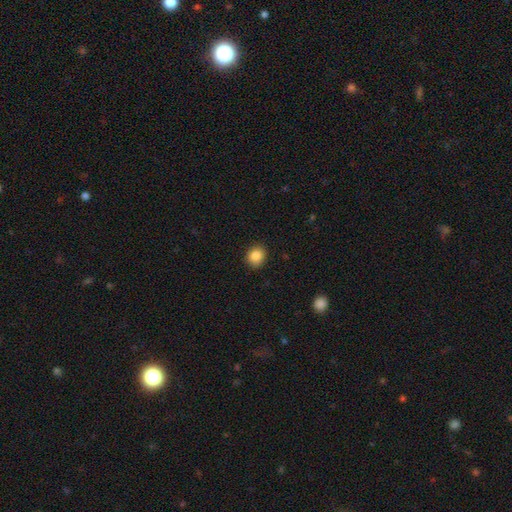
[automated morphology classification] Smooth or featured? Predicted: smooth (p=0.86). How rounded? Predicted: round (p=0.74). Merging? Predicted: none (p=0.89).